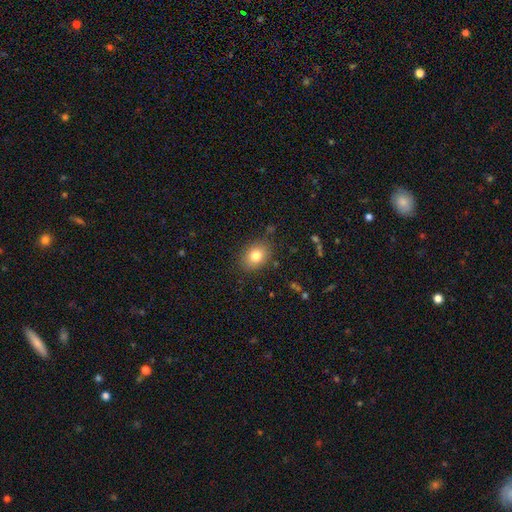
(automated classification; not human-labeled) A smooth galaxy with no disk features (81%) that is in between round and cigar-shaped (59%). Merging: none (85%).